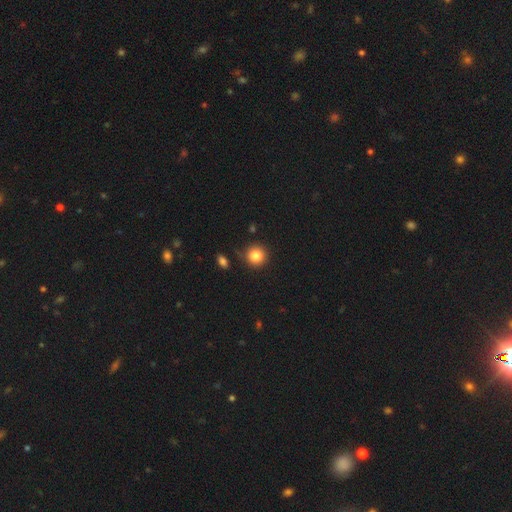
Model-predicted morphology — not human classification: smooth-or-featured: smooth: 84% | star or artifact: 10% | featured or disk: 6%
  how-rounded: round: 92% | in between: 7% | cigar-shaped: 1%
  merging: none: 84% | minor disturbance: 10% | merger: 3% | major disturbance: 3%